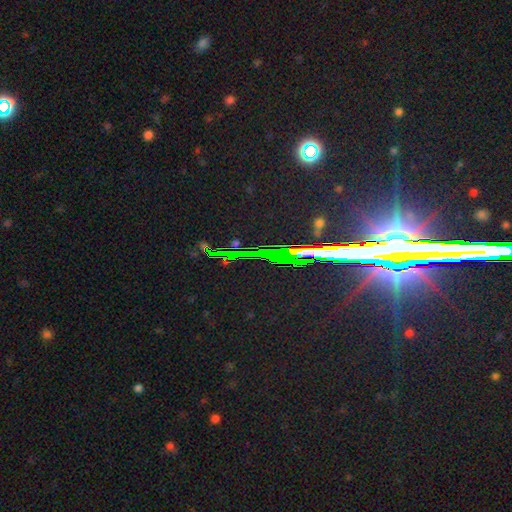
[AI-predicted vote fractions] This appears to be a star or artifact, not a galaxy (83%).